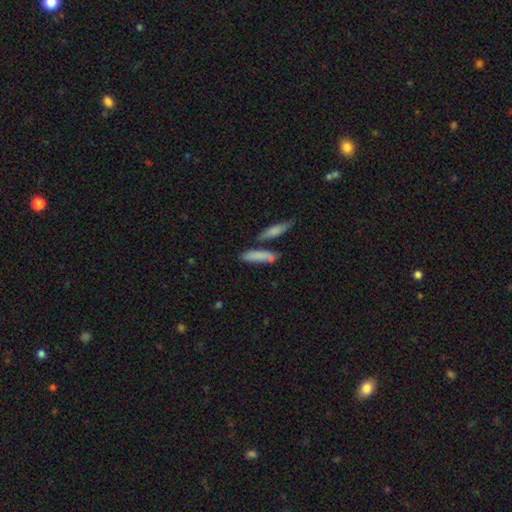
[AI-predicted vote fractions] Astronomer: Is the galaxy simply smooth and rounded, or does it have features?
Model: smooth — 75%.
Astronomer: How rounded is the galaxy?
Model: cigar-shaped — 72%.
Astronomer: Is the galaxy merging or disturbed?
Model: none — 62%.